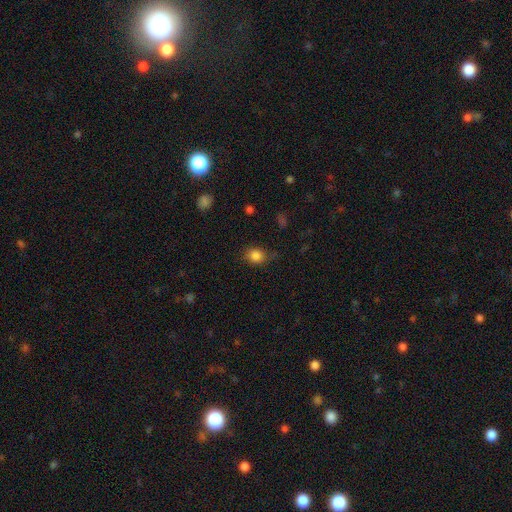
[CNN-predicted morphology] A smooth galaxy with no disk features (84%) that is round (60%). Merging: none (72%).